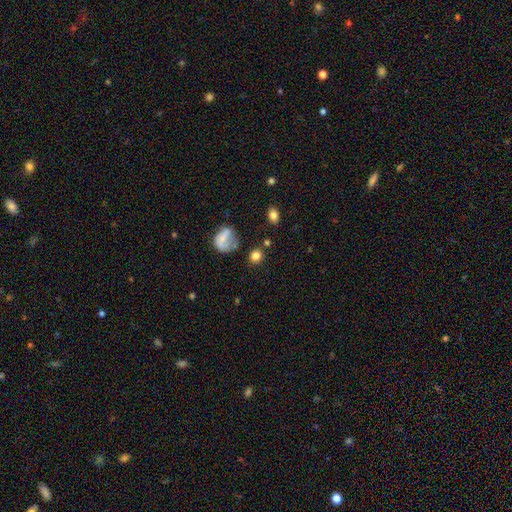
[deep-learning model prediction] smooth_or_featured: smooth (p=0.79) [alt: star or artifact p=0.12]
how_rounded: round (p=0.77) [alt: in between p=0.21]
merging: none (p=0.70) [alt: minor disturbance p=0.14]